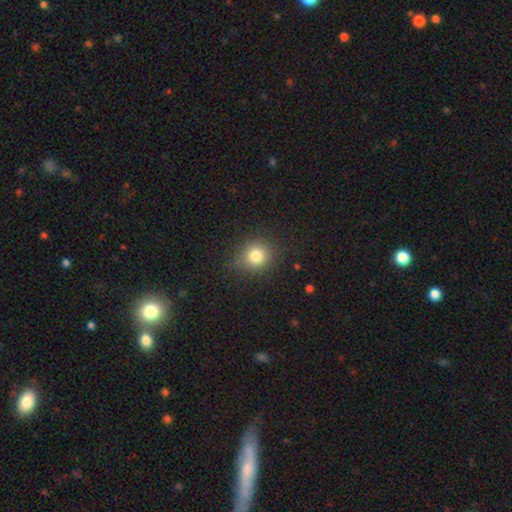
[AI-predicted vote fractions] A smooth galaxy with no disk features (80%) that is round (81%). Merging: none (83%).